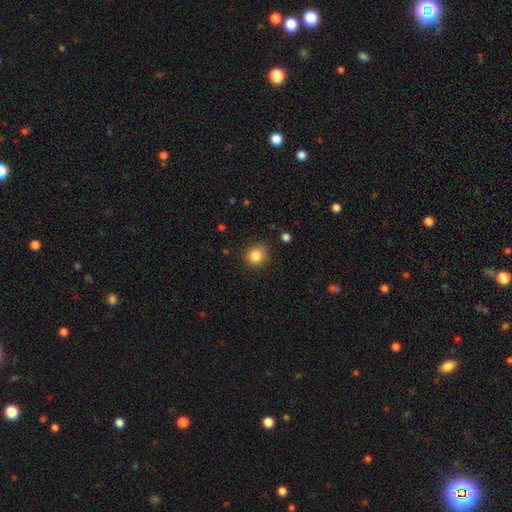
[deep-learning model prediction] A smooth galaxy with no disk features (84%) that is round (87%).

Vote fractions:
- Smooth or featured? smooth: 84% / star or artifact: 11% / featured or disk: 5%
- How rounded? round: 87% / in between: 12% / cigar-shaped: 1%
- Merging? none: 84% / minor disturbance: 12% / major disturbance: 3% / merger: 2%